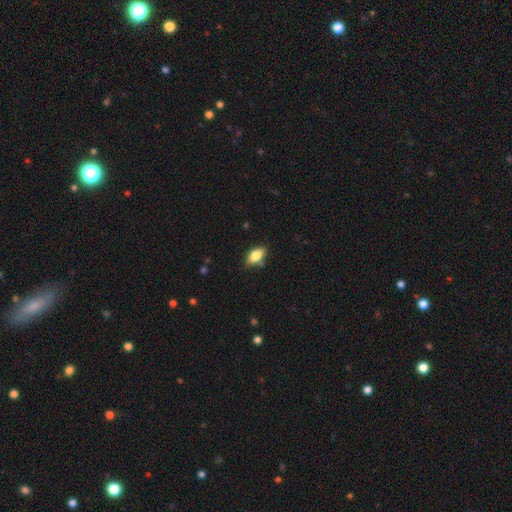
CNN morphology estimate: smooth 77%, featured or disk 15%, star or artifact 8%. Down the decision tree: how rounded — in between (88%); merging — none (77%).